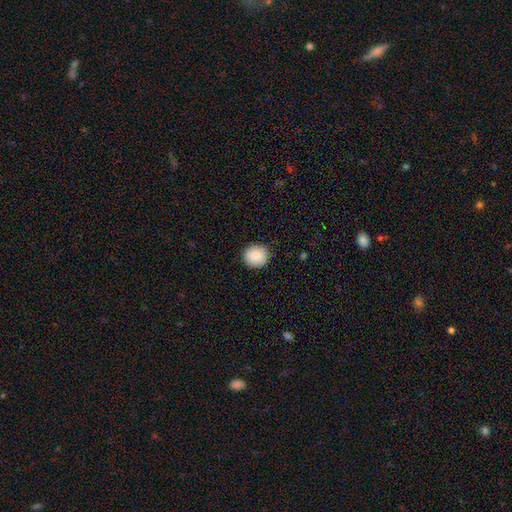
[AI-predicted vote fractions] The model was most divided on "how rounded": round: 89%, in between: 10%, cigar-shaped: 1%. More confident: merging — none (90%); smooth or featured — smooth (89%).